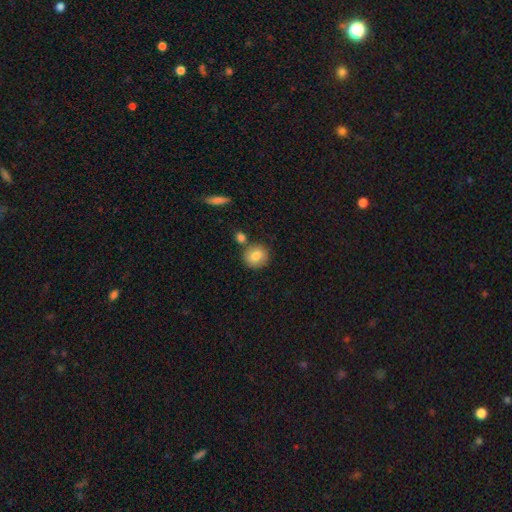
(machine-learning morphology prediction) This appears to be a smooth galaxy with no disk features (81%) that is round (89%). Merging: none (75%).